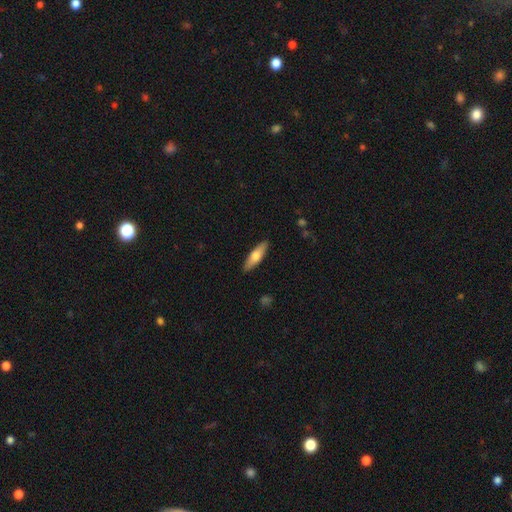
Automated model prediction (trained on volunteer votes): The model was most divided on "smooth or featured": smooth: 62%, featured or disk: 33%, star or artifact: 6%. More confident: merging — none (89%); how rounded — cigar-shaped (65%).